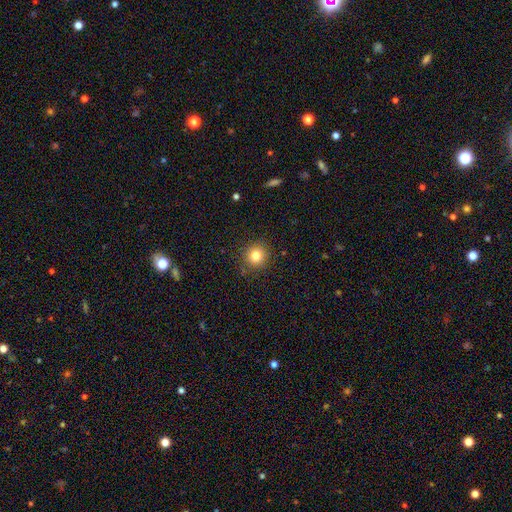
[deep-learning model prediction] smooth_or_featured: smooth (p=0.81) [alt: star or artifact p=0.12]
how_rounded: round (p=0.93) [alt: in between p=0.06]
merging: none (p=0.89) [alt: minor disturbance p=0.07]